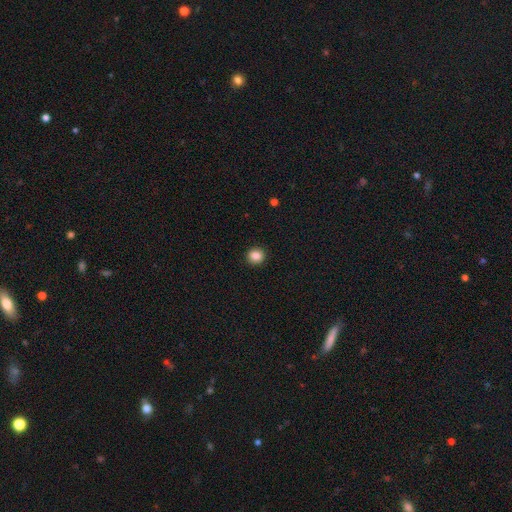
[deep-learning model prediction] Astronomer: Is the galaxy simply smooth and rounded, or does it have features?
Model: smooth — 86%.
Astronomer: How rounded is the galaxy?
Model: round — 86%.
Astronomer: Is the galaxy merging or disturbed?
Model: none — 92%.